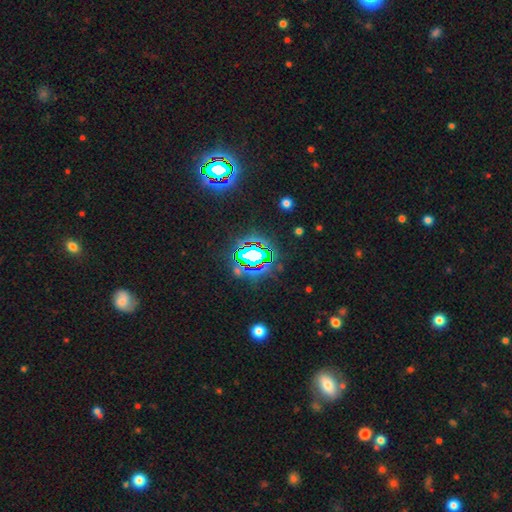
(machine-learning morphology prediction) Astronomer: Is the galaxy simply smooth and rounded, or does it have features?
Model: star or artifact — 76%.